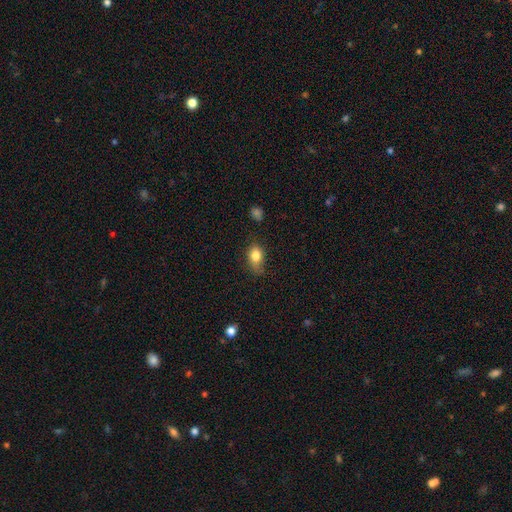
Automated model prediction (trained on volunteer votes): This is clearly a smooth galaxy (81%). How rounded: likely in between (78%). Merging: likely none (61%).